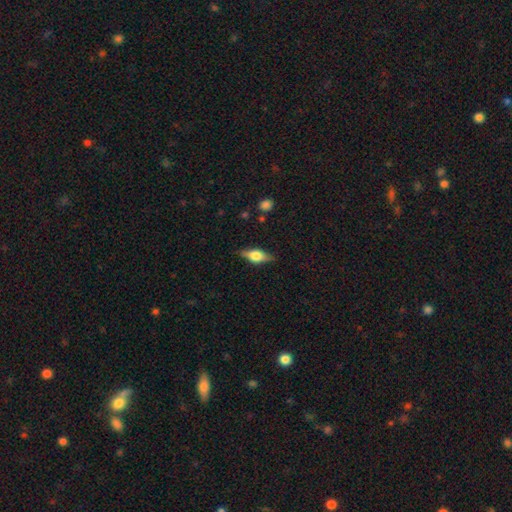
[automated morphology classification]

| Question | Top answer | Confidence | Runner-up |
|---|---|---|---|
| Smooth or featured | featured or disk | 48% | smooth (45%) |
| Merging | none | 82% | minor disturbance (13%) |